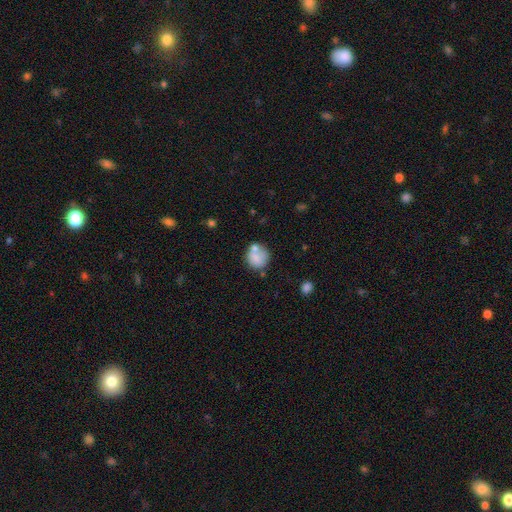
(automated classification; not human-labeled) smooth-or-featured: smooth: 75% | featured or disk: 16% | star or artifact: 9%
  how-rounded: round: 83% | in between: 16% | cigar-shaped: 1%
  merging: none: 54% | merger: 21% | minor disturbance: 18% | major disturbance: 7%